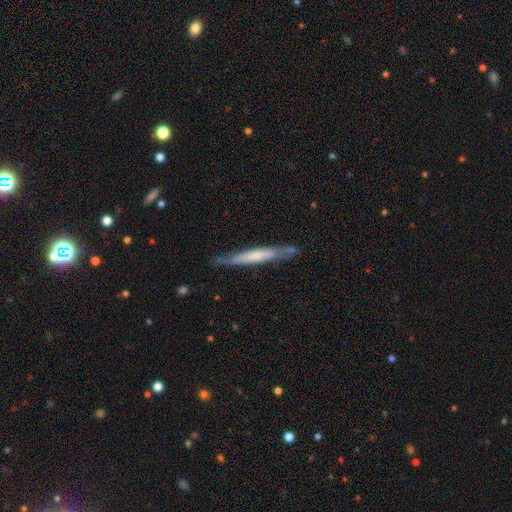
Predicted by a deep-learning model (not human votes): Q: Smooth or featured?
A: featured or disk (50%); runner-up: smooth (45%)
Q: Edge-on disk?
A: yes (87%); runner-up: no (13%)
Q: Merging?
A: none (75%); runner-up: minor disturbance (18%)